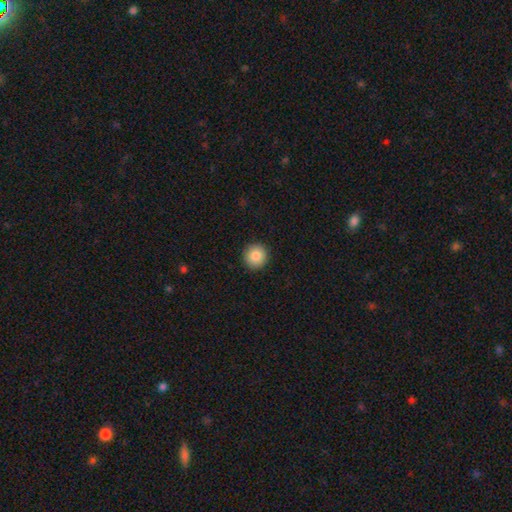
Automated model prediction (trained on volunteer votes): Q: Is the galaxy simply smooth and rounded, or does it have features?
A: smooth — 86%.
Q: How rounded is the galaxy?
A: round — 95%.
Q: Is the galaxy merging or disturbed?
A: none — 93%.